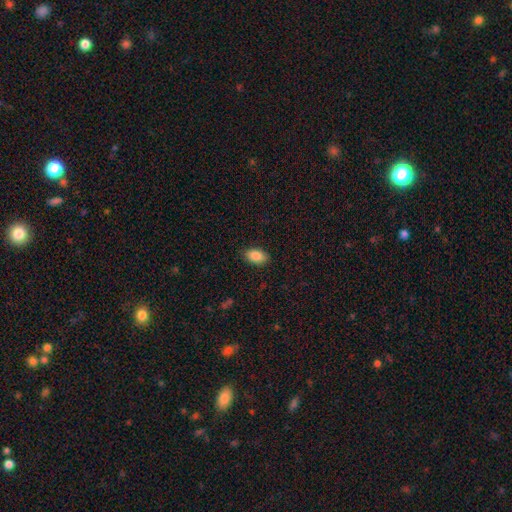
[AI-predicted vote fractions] Q: Smooth or featured?
A: smooth (88%); runner-up: star or artifact (7%)
Q: How rounded?
A: in between (92%); runner-up: round (7%)
Q: Merging?
A: none (88%); runner-up: minor disturbance (9%)